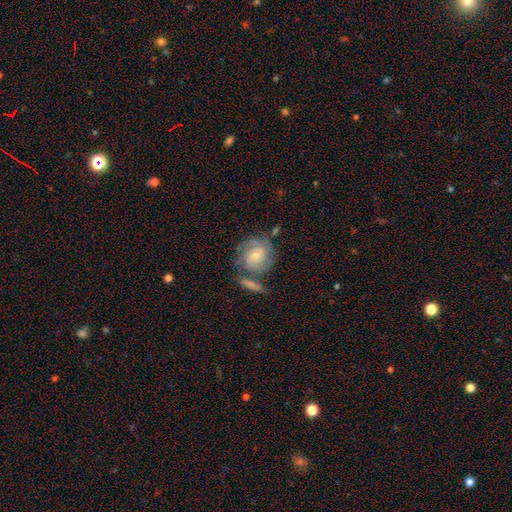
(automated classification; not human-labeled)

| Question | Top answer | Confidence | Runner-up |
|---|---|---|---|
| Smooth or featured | featured or disk | 67% | smooth (25%) |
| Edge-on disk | no | 97% | yes (3%) |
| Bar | no | 70% | weak (25%) |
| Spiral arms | yes | 87% | no (13%) |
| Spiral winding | tight | 59% | medium (31%) |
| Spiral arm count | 2 | 37% | can't tell (33%) |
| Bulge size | small | 50% | moderate (45%) |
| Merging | none | 58% | minor disturbance (18%) |